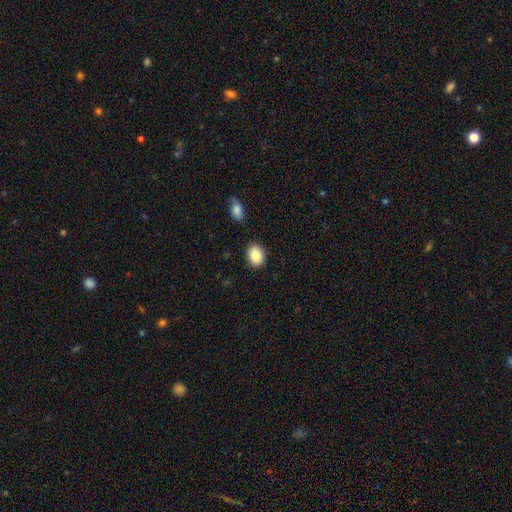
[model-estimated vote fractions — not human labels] Overall: smooth (88%). How rounded: in between (66%; round 33%). Merging: none (86%).